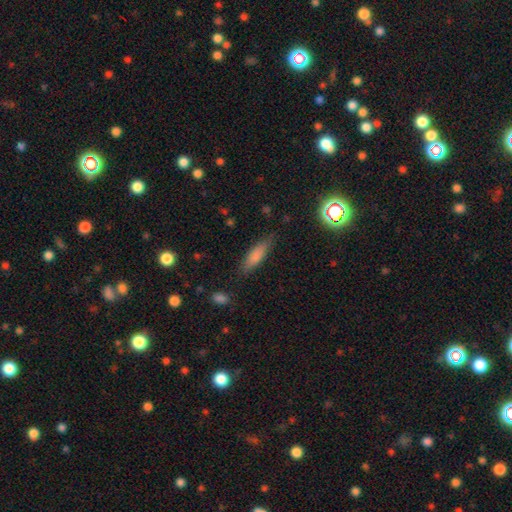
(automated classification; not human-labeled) Overall: smooth (77%). How rounded: cigar-shaped (56%; in between 42%). Merging: none (78%).